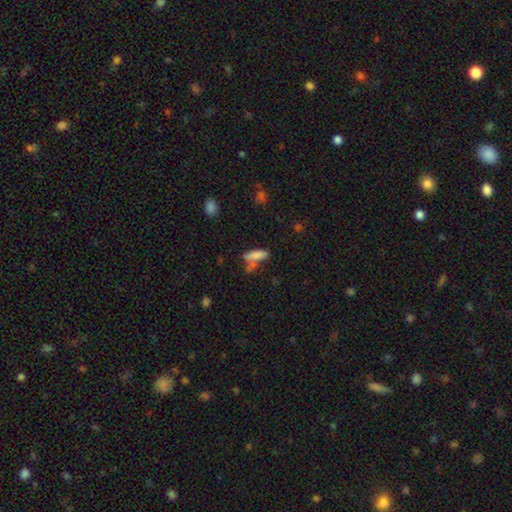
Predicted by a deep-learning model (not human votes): Q: Smooth or featured?
A: smooth (78%); runner-up: featured or disk (12%)
Q: How rounded?
A: cigar-shaped (56%); runner-up: in between (41%)
Q: Merging?
A: none (52%); runner-up: merger (23%)